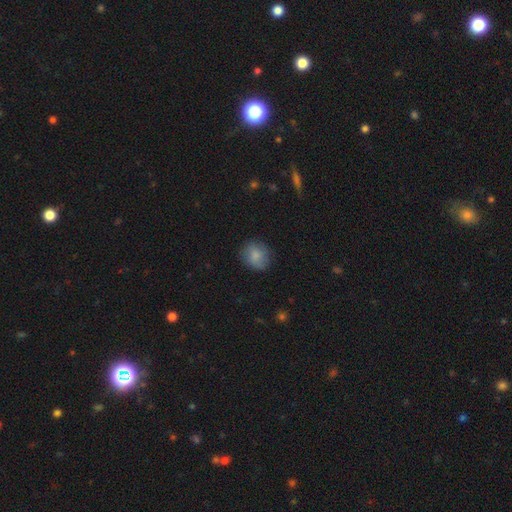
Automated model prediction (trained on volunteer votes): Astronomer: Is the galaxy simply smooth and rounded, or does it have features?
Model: smooth — 80%.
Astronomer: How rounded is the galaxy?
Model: round — 78%.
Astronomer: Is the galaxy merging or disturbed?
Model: none — 79%.